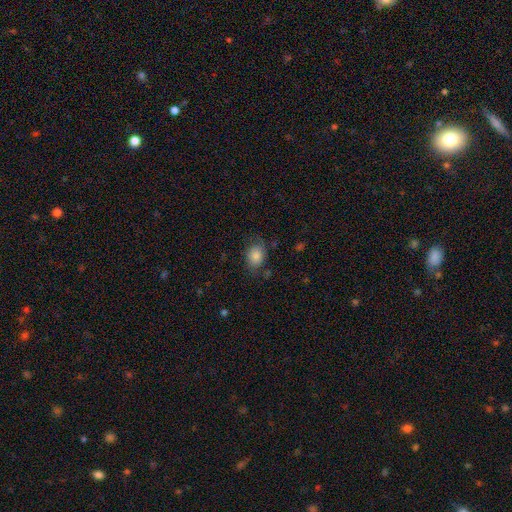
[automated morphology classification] A smooth galaxy with no disk features (76%) that is in between round and cigar-shaped (63%). Merging: none (64%).